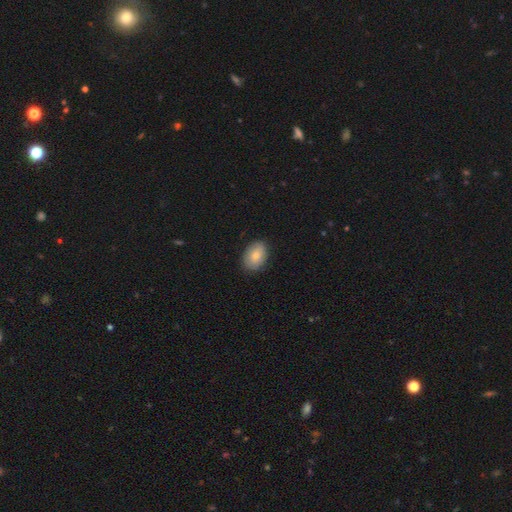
This appears to be a smooth galaxy with no disk features (89%) that is in between round and cigar-shaped (74%). Merging: none (80%).